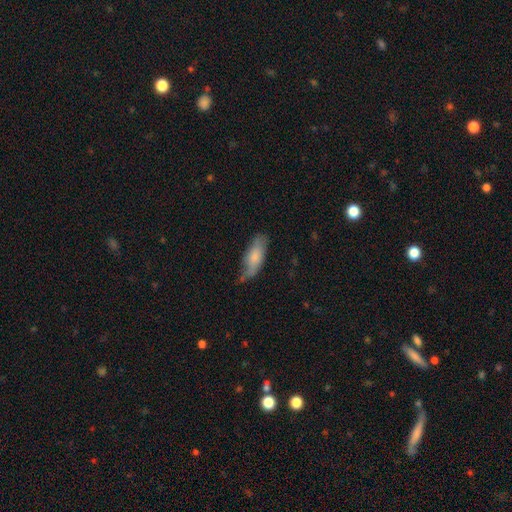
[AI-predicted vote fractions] Smooth or featured?
  - smooth: 72% *
  - featured or disk: 22%
  - star or artifact: 6%
How rounded?
  - in between: 71% *
  - cigar-shaped: 27%
  - round: 2%
Merging?
  - none: 54% *
  - minor disturbance: 34%
  - major disturbance: 9%
  - merger: 2%